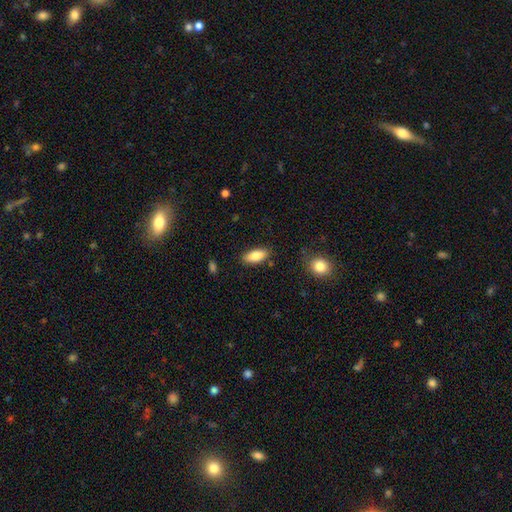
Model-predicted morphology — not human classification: Q: Smooth or featured?
A: smooth (85%); runner-up: featured or disk (9%)
Q: How rounded?
A: in between (85%); runner-up: cigar-shaped (13%)
Q: Merging?
A: none (83%); runner-up: minor disturbance (12%)